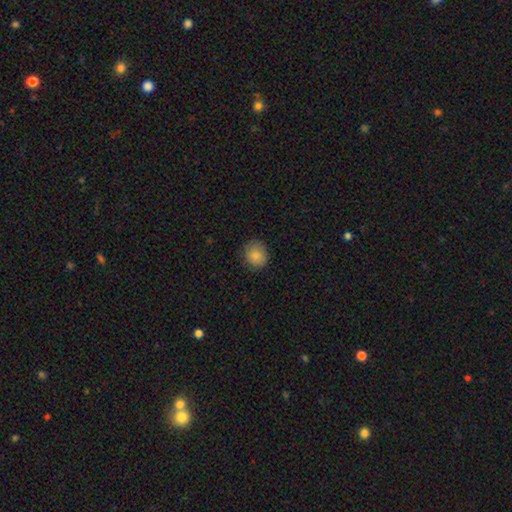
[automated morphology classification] smooth 84%, star or artifact 10%, featured or disk 6%. Down the decision tree: how rounded — round (75%); merging — none (83%).